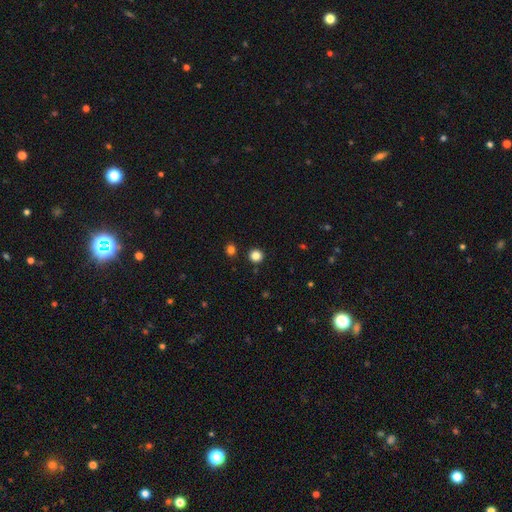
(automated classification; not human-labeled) Smooth or featured?
  - smooth: 84% *
  - star or artifact: 13%
  - featured or disk: 4%
How rounded?
  - round: 94% *
  - in between: 5%
  - cigar-shaped: 1%
Merging?
  - none: 91% *
  - minor disturbance: 5%
  - merger: 3%
  - major disturbance: 2%